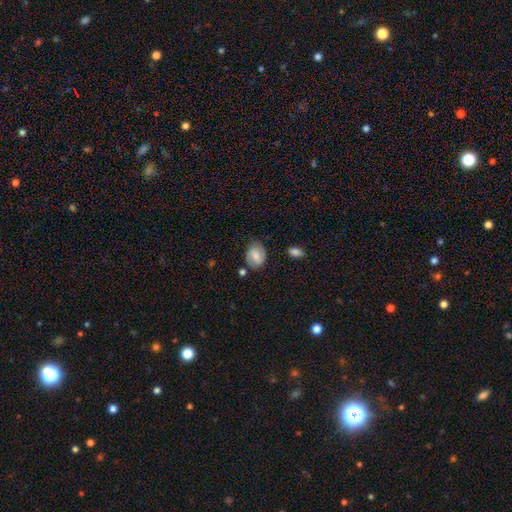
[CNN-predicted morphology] A smooth galaxy with no disk features (56%) that is in between round and cigar-shaped (68%). Merging: none (70%).